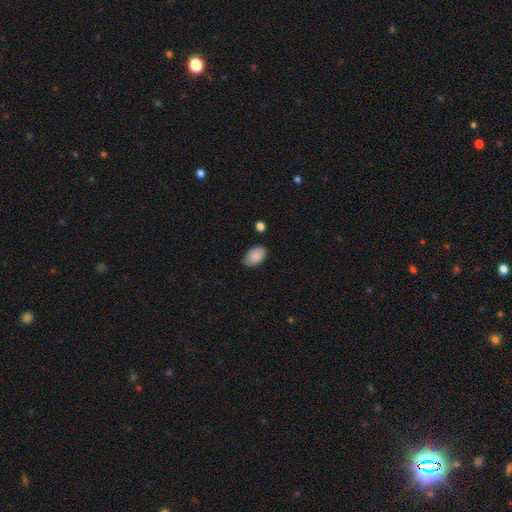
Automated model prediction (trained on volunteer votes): Smooth or featured? smooth (88%)
How rounded? in between (94%)
Merging? none (82%)